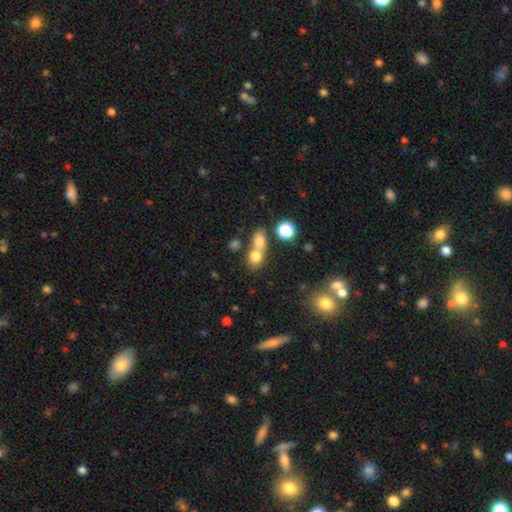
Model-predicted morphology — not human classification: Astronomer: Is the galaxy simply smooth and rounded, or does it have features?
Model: smooth — 74%.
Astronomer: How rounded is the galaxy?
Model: round — 53% (runner-up: in between, 44%).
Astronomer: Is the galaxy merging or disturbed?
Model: merger — 56% (runner-up: none, 32%).